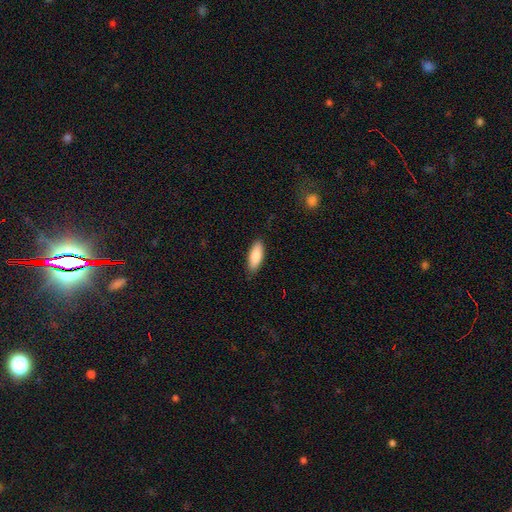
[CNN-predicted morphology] smooth-or-featured: smooth: 86% | featured or disk: 8% | star or artifact: 6%
  how-rounded: in between: 72% | cigar-shaped: 26% | round: 2%
  merging: none: 86% | minor disturbance: 11% | major disturbance: 2% | merger: 1%